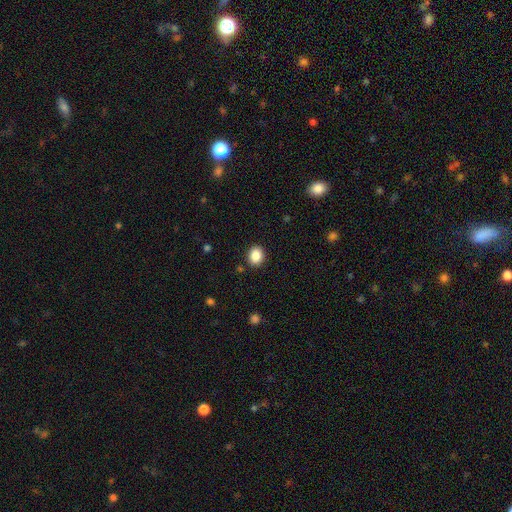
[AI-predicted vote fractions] Smooth or featured? smooth (87%)
How rounded? round (55%)
Merging? none (89%)